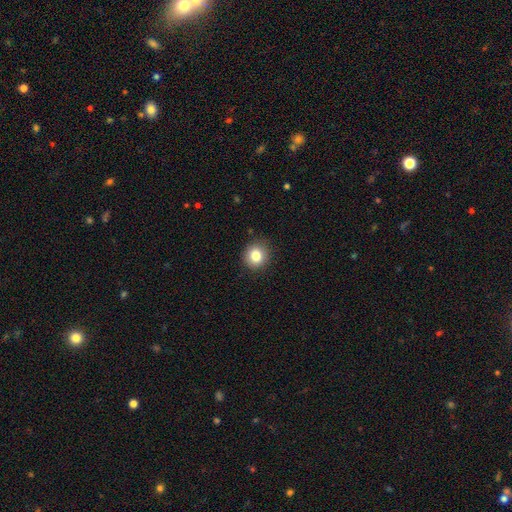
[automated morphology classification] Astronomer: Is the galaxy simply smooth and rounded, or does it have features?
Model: smooth — 82%.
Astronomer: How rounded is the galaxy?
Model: round — 85%.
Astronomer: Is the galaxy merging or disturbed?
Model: none — 88%.